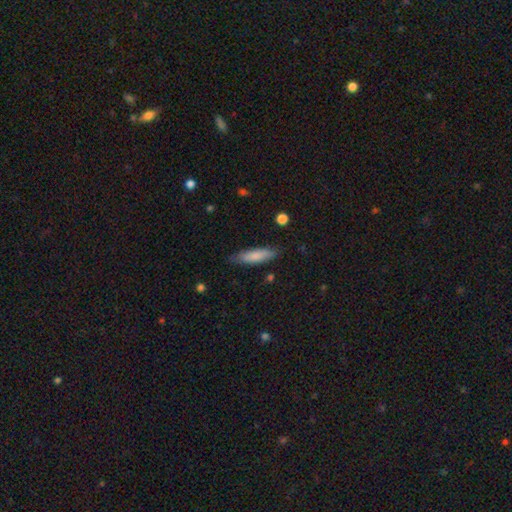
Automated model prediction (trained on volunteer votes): Smooth or featured? smooth (79%)
How rounded? cigar-shaped (68%)
Merging? none (80%)